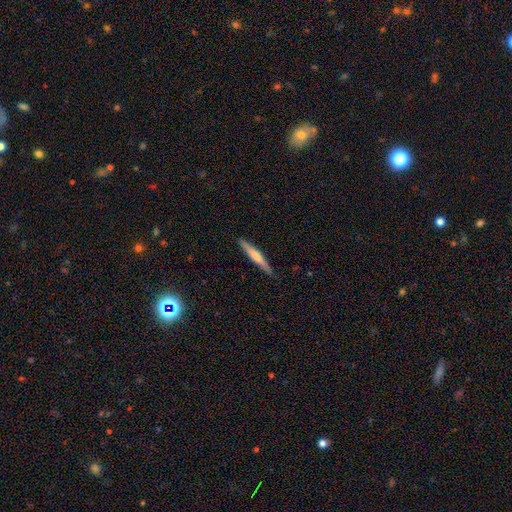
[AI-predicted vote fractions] Smooth or featured?
  - smooth: 54% *
  - featured or disk: 41%
  - star or artifact: 5%
How rounded?
  - cigar-shaped: 95% *
  - in between: 4%
  - round: 1%
Merging?
  - none: 90% *
  - minor disturbance: 8%
  - major disturbance: 1%
  - merger: 1%